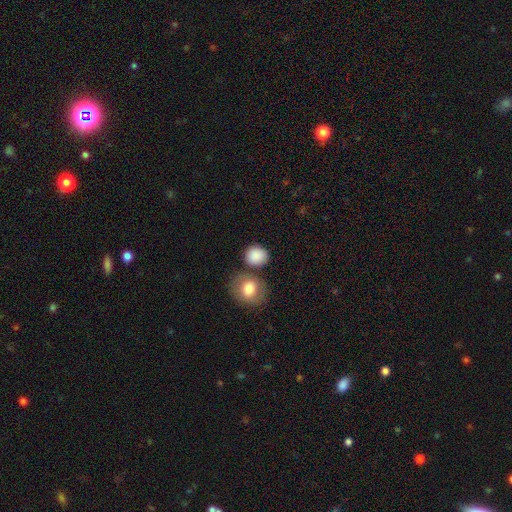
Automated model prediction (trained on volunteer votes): Morphology: type=smooth (88%); roundness=round (73%); merging=none (69%).